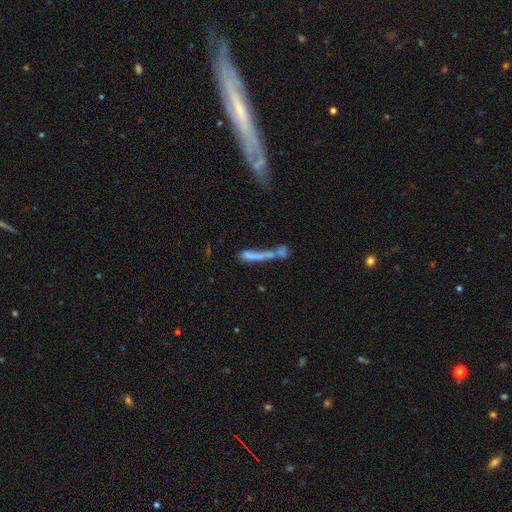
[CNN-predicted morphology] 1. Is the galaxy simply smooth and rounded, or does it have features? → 53% smooth, 35% featured or disk, 13% star or artifact.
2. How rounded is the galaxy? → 82% cigar-shaped, 14% in between, 4% round.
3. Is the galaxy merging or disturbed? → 54% merger, 22% none, 14% major disturbance, 10% minor disturbance.